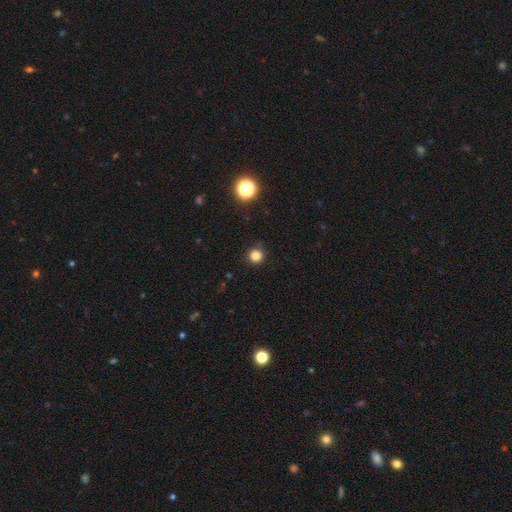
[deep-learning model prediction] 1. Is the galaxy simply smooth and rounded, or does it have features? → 82% smooth, 15% star or artifact, 4% featured or disk.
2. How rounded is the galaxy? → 95% round, 4% in between, 1% cigar-shaped.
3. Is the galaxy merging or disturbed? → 89% none, 7% minor disturbance, 2% major disturbance, 1% merger.